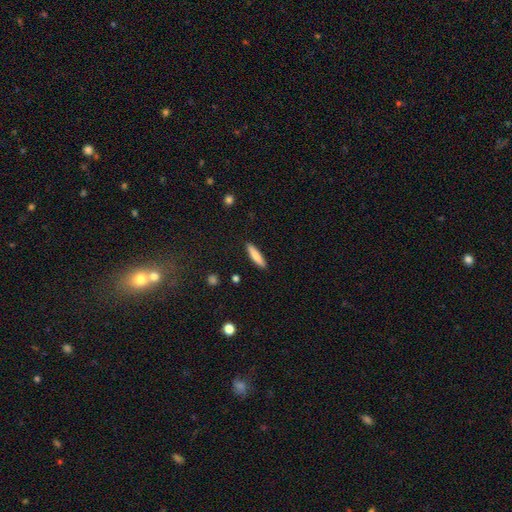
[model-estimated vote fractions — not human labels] This is likely a smooth galaxy (78%). How rounded: clearly cigar-shaped (81%). Merging: clearly none (90%).